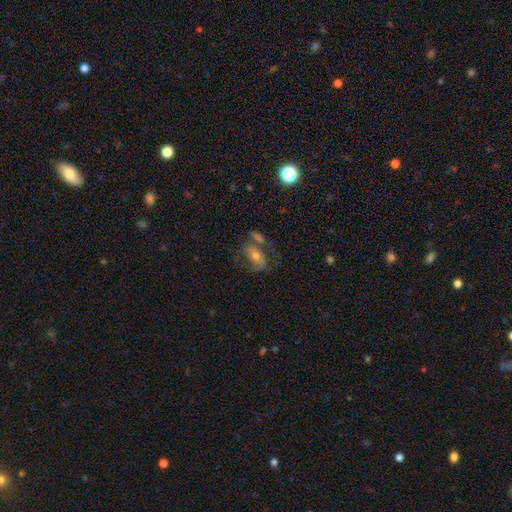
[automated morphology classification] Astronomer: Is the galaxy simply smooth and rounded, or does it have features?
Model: featured or disk — 50% (runner-up: smooth, 37%).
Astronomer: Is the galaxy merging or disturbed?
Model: none — 49%.